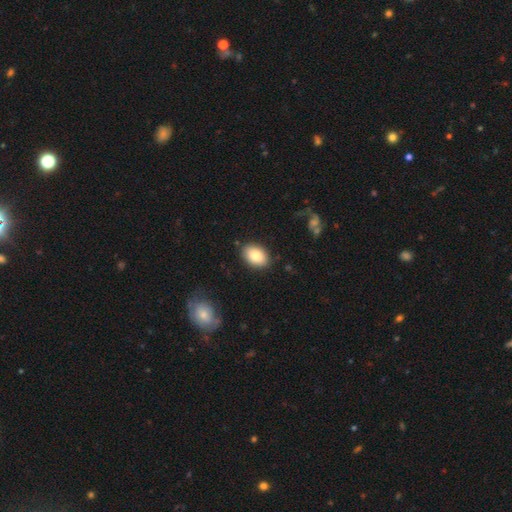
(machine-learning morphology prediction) The model was most divided on "how rounded": in between: 85%, round: 14%, cigar-shaped: 1%. More confident: merging — none (86%); smooth or featured — smooth (85%).